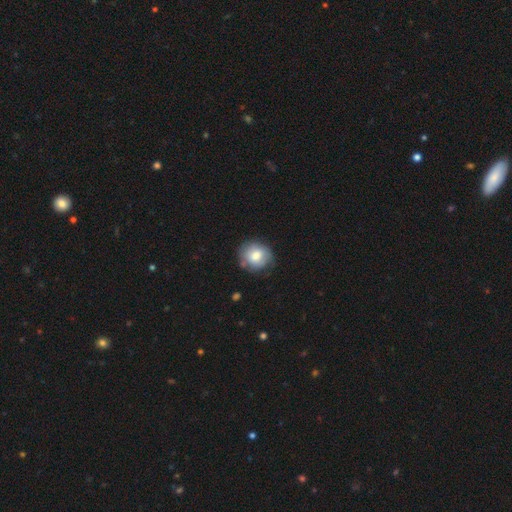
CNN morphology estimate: Q: Smooth or featured?
A: smooth (73%); runner-up: featured or disk (19%)
Q: How rounded?
A: round (82%); runner-up: in between (17%)
Q: Merging?
A: none (73%); runner-up: minor disturbance (20%)